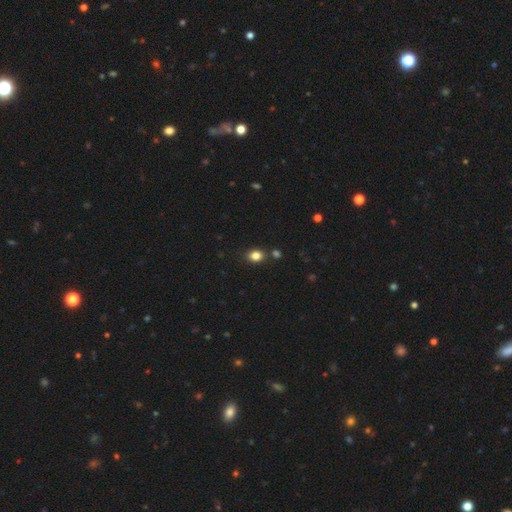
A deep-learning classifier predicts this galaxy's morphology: smooth-or-featured: smooth: 83% | star or artifact: 12% | featured or disk: 5%
  how-rounded: round: 52% | in between: 47% | cigar-shaped: 1%
  merging: none: 79% | minor disturbance: 10% | merger: 8% | major disturbance: 3%